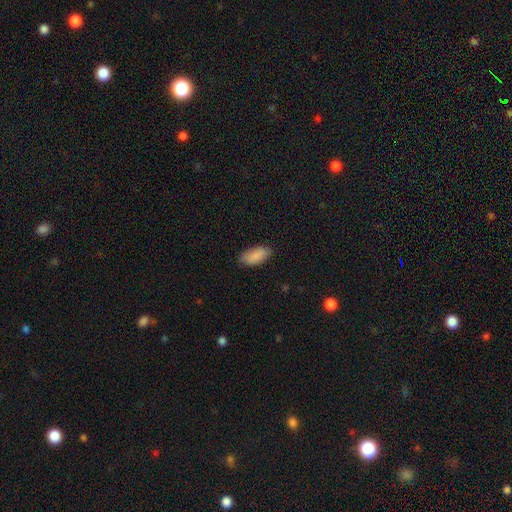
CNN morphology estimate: Overall: smooth (89%). How rounded: in between (92%). Merging: none (82%).